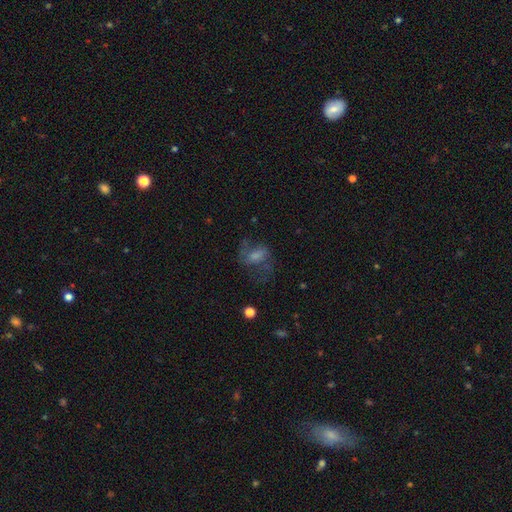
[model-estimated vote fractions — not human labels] smooth-or-featured: featured or disk: 44% | smooth: 40% | star or artifact: 16%
  merging: none: 47% | major disturbance: 31% | minor disturbance: 20% | merger: 3%